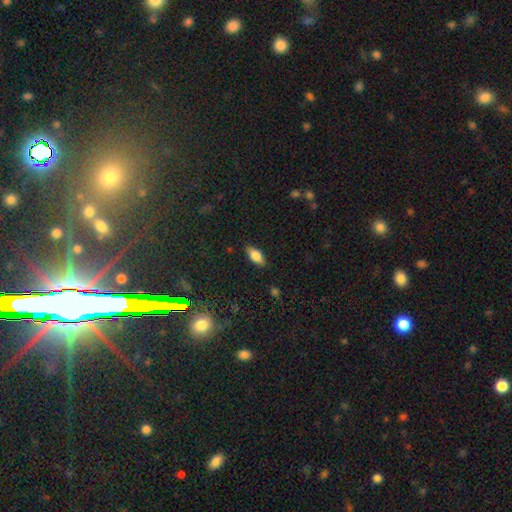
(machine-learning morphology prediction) Q: Smooth or featured?
A: smooth (74%); runner-up: featured or disk (18%)
Q: How rounded?
A: in between (84%); runner-up: cigar-shaped (13%)
Q: Merging?
A: none (87%); runner-up: minor disturbance (10%)